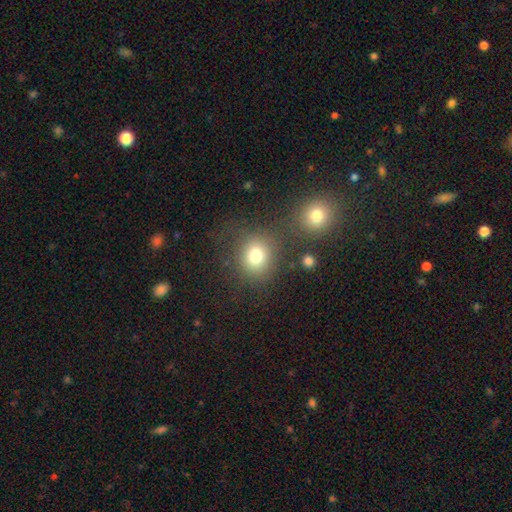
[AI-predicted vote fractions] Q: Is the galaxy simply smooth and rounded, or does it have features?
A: smooth — 76%.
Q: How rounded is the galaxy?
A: round — 78%.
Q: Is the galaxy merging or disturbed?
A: none — 69%.